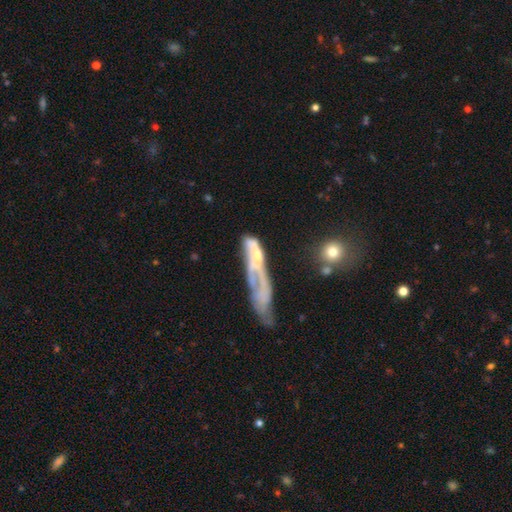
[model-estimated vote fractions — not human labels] Overall: featured or disk (60%; smooth 31%). Edge-on disk: no (70%; yes 30%). Merging: major disturbance (43%; merger 20%).